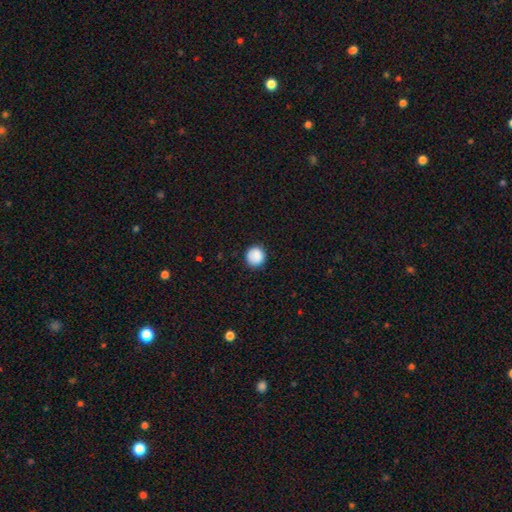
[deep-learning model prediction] Q: Smooth or featured?
A: smooth (88%); runner-up: star or artifact (8%)
Q: How rounded?
A: round (92%); runner-up: in between (7%)
Q: Merging?
A: none (88%); runner-up: minor disturbance (9%)